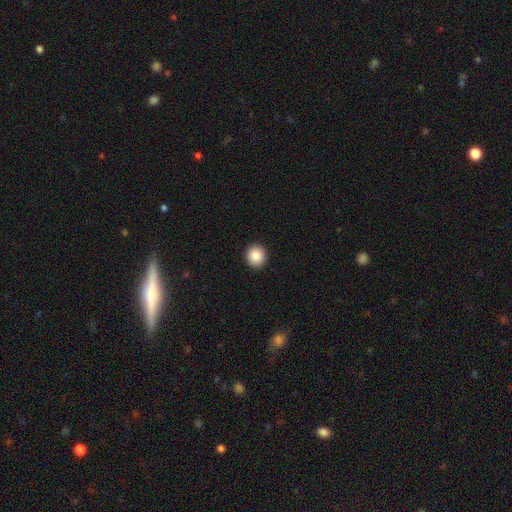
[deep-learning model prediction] This appears to be a smooth galaxy with no disk features (88%) that is round (86%). Merging: none (93%).